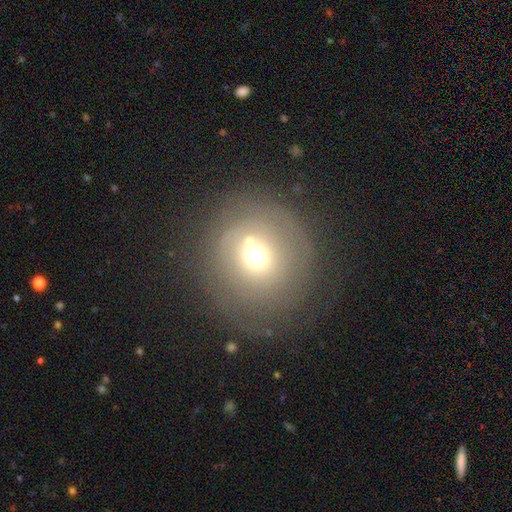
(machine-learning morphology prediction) A smooth galaxy with no disk features (51%) that is round (89%). Merging: none (65%).